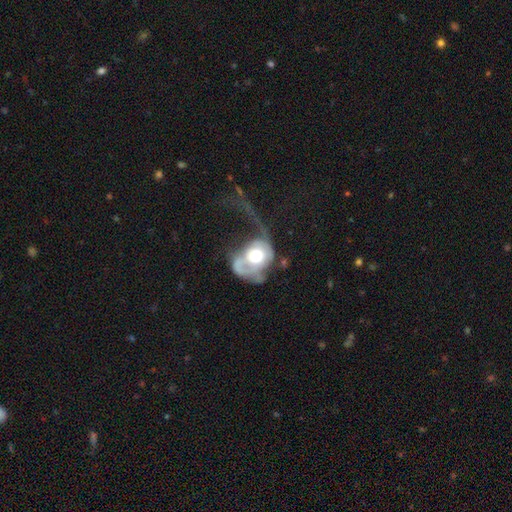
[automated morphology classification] Overall: featured or disk (59%; smooth 35%). Edge-on disk: no (96%). Bar: no (81%). Spiral arms: no (51%; yes 49%). Bulge size: moderate (56%; large 34%). Merging: major disturbance (66%).